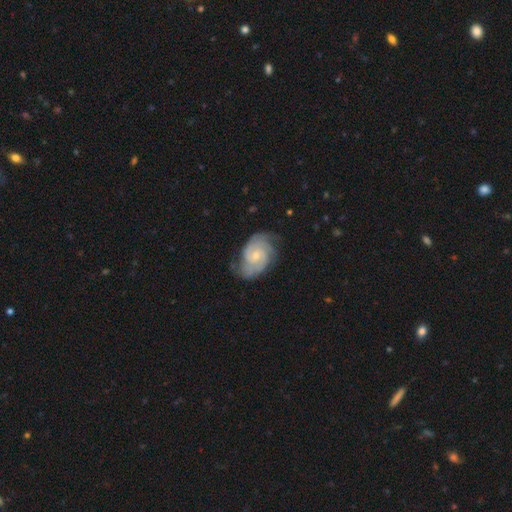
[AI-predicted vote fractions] Smooth or featured? Predicted: featured or disk (p=0.86). Edge-on disk? Predicted: no (p=0.98). Bar? Predicted: no (p=0.56). Spiral arms? Predicted: yes (p=0.97). Spiral winding? Predicted: tight (p=0.55). Spiral arm count? Predicted: 2 (p=0.54). Bulge size? Predicted: small (p=0.60). Merging? Predicted: none (p=0.71).